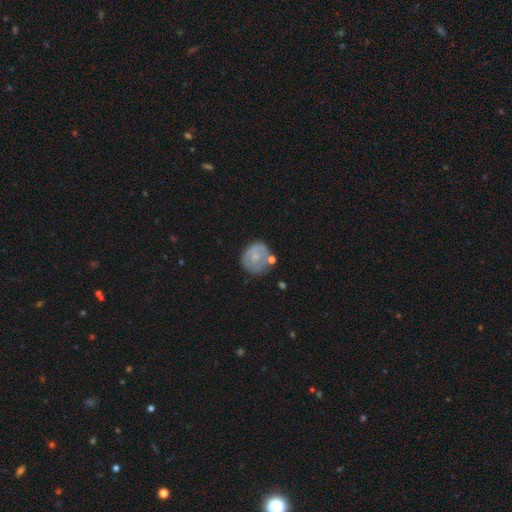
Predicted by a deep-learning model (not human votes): A smooth galaxy with no disk features (51%) that is round (83%).

Vote fractions:
- Smooth or featured? smooth: 51% / featured or disk: 42% / star or artifact: 7%
- How rounded? round: 83% / in between: 16% / cigar-shaped: 1%
- Merging? none: 58% / minor disturbance: 23% / merger: 10% / major disturbance: 9%